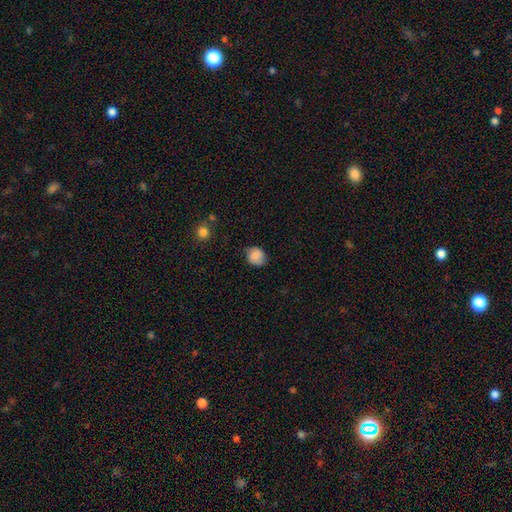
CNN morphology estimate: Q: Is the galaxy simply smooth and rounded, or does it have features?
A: smooth — 79%.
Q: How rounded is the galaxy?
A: round — 67%.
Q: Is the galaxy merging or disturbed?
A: none — 70%.